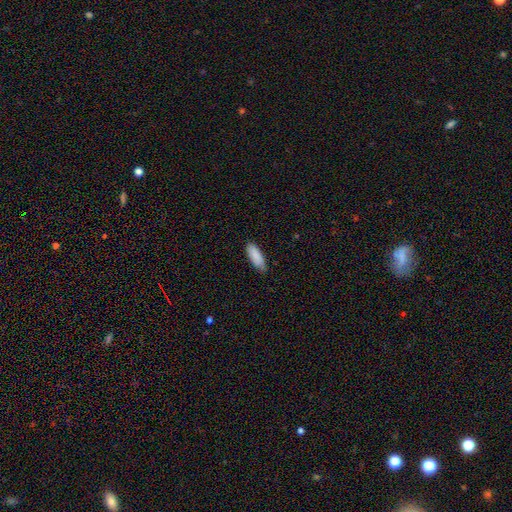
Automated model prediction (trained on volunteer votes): Smooth or featured: smooth — 89% (star or artifact — 6%)
How rounded: in between — 68% (cigar-shaped — 30%)
Merging: none — 79% (minor disturbance — 18%)